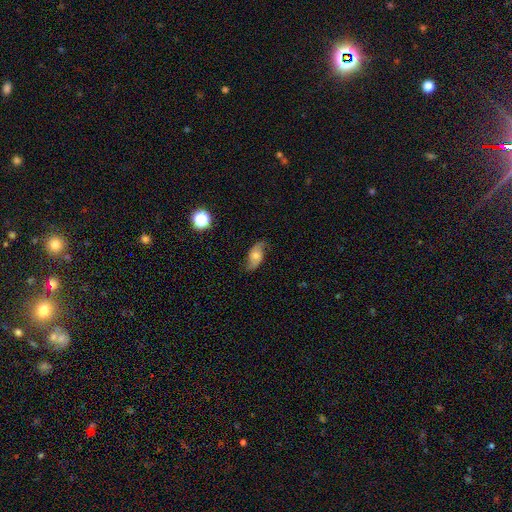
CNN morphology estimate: Overall: featured or disk (55%; smooth 35%). Edge-on disk: no (93%). Bar: no (68%). Spiral arms: yes (87%). Bulge size: moderate (52%; small 31%). Merging: none (72%).